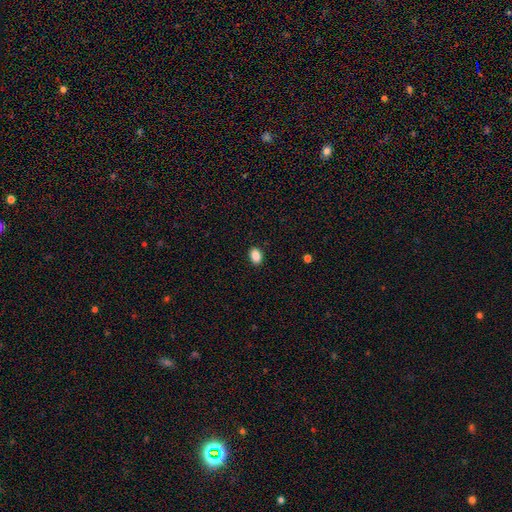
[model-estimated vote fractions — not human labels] Smooth or featured? Predicted: smooth (p=0.89). How rounded? Predicted: in between (p=0.81). Merging? Predicted: none (p=0.90).